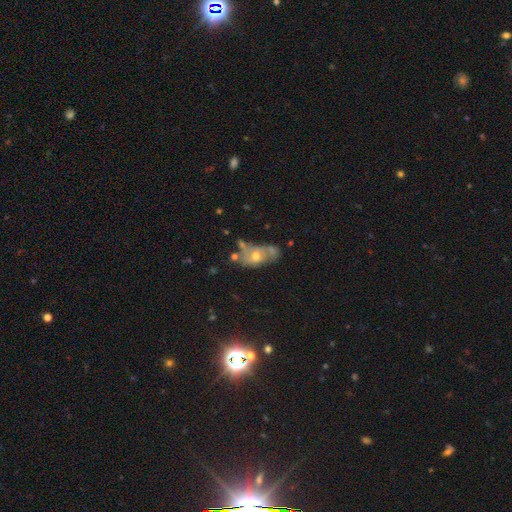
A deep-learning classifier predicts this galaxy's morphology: Q: Smooth or featured?
A: featured or disk (55%); runner-up: smooth (32%)
Q: Edge-on disk?
A: no (90%); runner-up: yes (10%)
Q: Merging?
A: none (40%); runner-up: minor disturbance (26%)